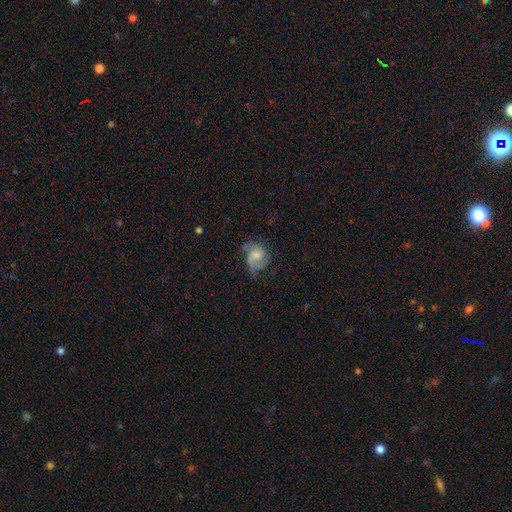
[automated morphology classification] Q: Smooth or featured?
A: smooth (47%); runner-up: featured or disk (44%)
Q: Merging?
A: none (36%); runner-up: minor disturbance (31%)